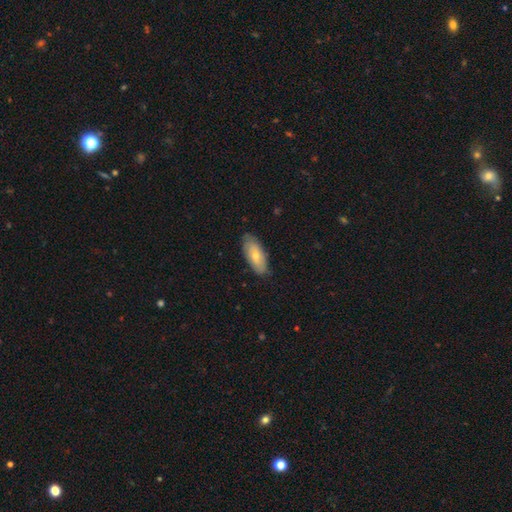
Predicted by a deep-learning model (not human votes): The model was most divided on "smooth or featured": smooth: 62%, featured or disk: 32%, star or artifact: 6%. More confident: how rounded — in between (87%); merging — none (76%).